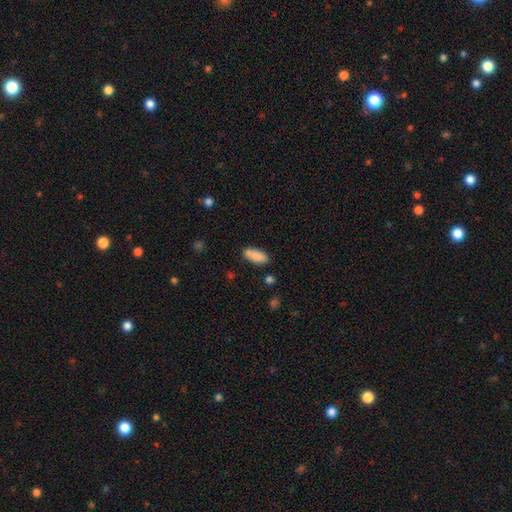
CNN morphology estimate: type=smooth (84%); roundness=in between (83%); merging=none (69%).